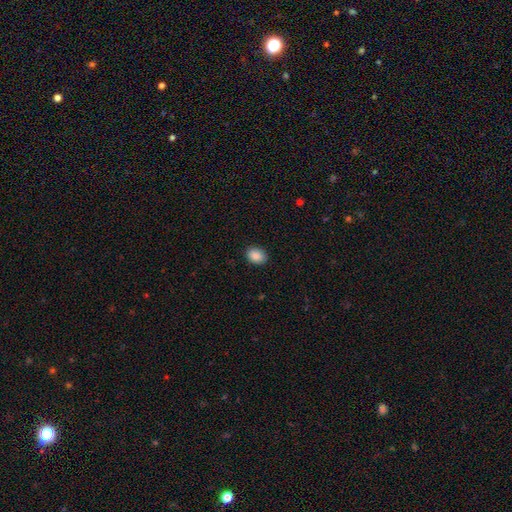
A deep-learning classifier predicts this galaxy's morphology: This is clearly a smooth galaxy (89%). How rounded: likely in between (71%). Merging: clearly none (90%).